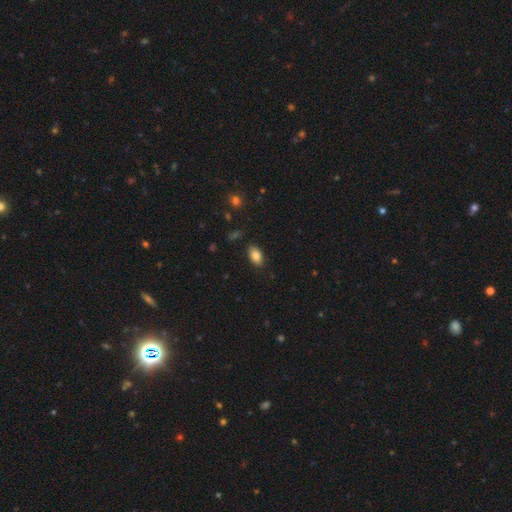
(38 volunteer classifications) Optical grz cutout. It shows a smooth galaxy with no disk features (89%) that is in between round and cigar-shaped (94%). Merging: none (86%).